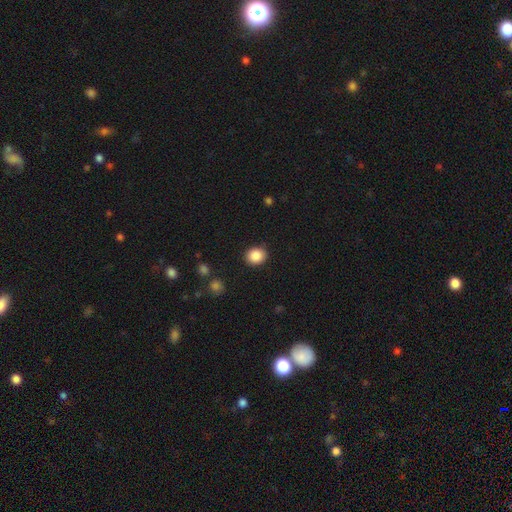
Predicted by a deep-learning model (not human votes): smooth-or-featured: smooth: 87% | star or artifact: 9% | featured or disk: 4%
  how-rounded: round: 72% | in between: 27% | cigar-shaped: 1%
  merging: none: 89% | minor disturbance: 7% | major disturbance: 2% | merger: 1%